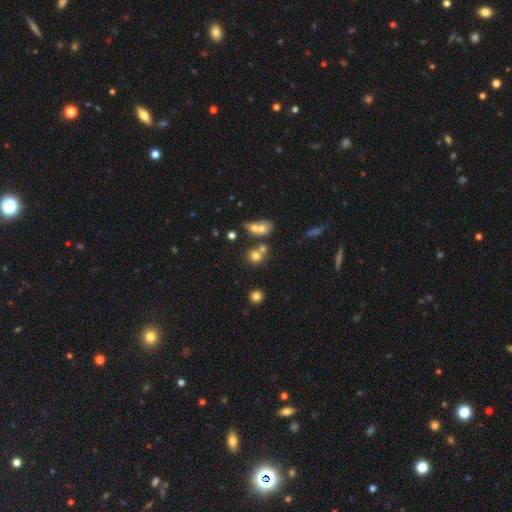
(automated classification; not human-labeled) Smooth or featured: smooth — 70% (star or artifact — 17%)
How rounded: round — 83% (in between — 15%)
Merging: none — 51% (merger — 35%)